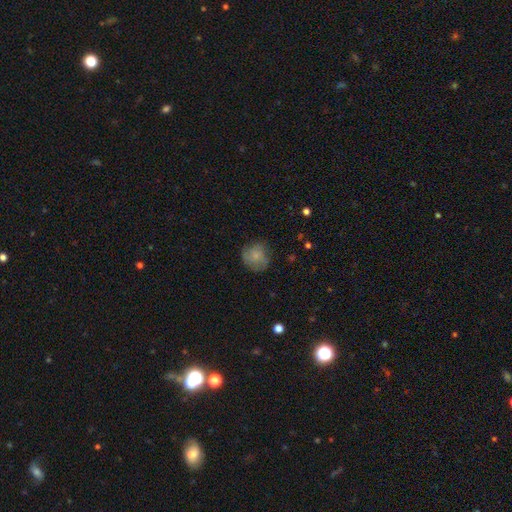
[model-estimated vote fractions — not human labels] Smooth or featured? smooth (71%)
How rounded? round (85%)
Merging? none (70%)